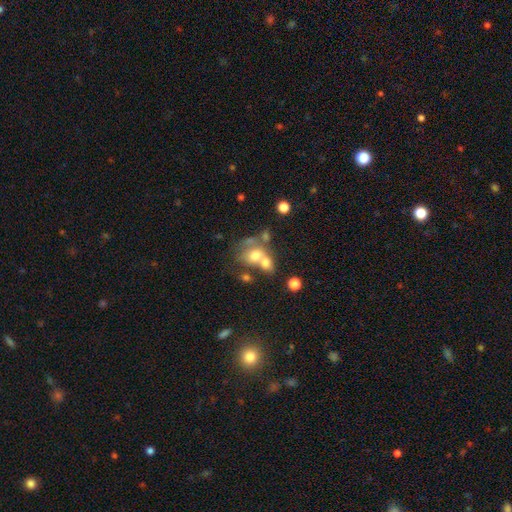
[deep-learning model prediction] smooth 63%, featured or disk 24%, star or artifact 12%. Down the decision tree: how rounded — in between (50%); merging — merger (57%).